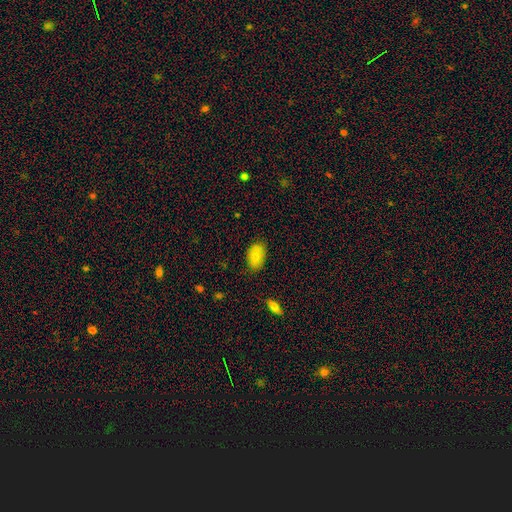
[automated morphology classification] smooth_or_featured: smooth (p=0.84) [alt: featured or disk p=0.09]
how_rounded: in between (p=0.92) [alt: round p=0.07]
merging: none (p=0.81) [alt: minor disturbance p=0.15]